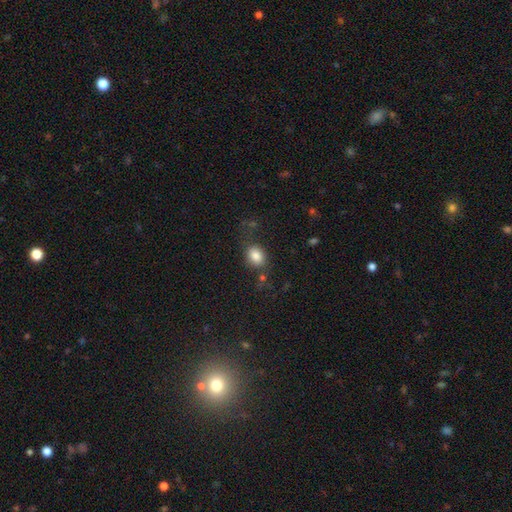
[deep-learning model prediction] Smooth or featured? Predicted: smooth (p=0.83). How rounded? Predicted: in between (p=0.61). Merging? Predicted: none (p=0.67).